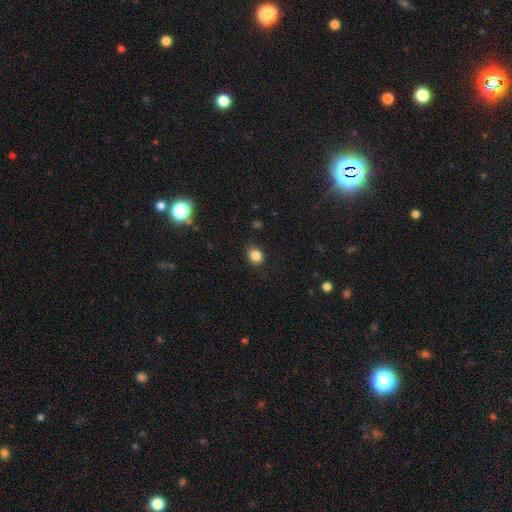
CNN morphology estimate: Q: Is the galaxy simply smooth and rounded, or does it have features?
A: smooth — 84%.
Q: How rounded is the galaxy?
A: round — 59%.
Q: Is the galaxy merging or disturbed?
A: none — 84%.